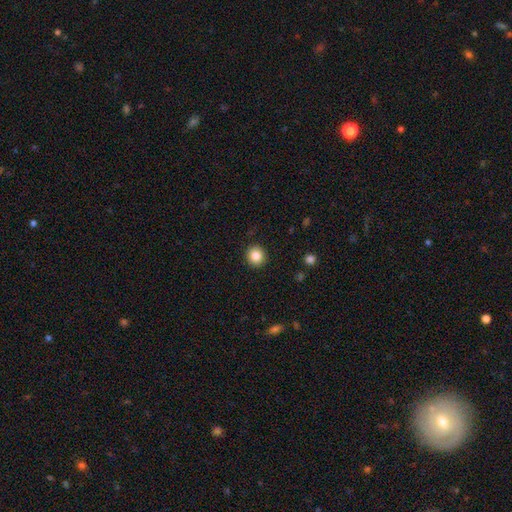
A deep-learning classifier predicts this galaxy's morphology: Smooth or featured? smooth (85%)
How rounded? round (90%)
Merging? none (92%)